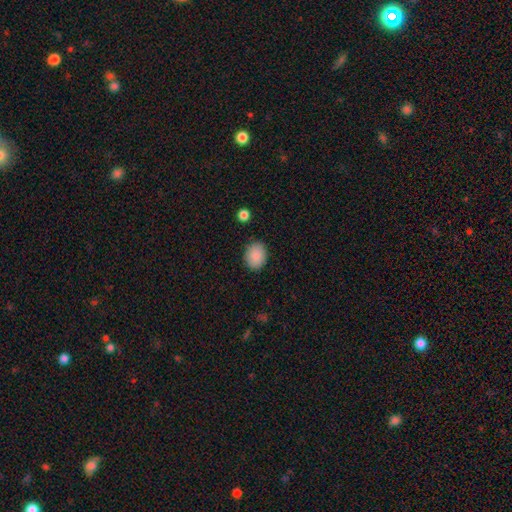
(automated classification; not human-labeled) This is clearly a smooth galaxy (89%). How rounded: possibly in between (50%). Merging: clearly none (86%).